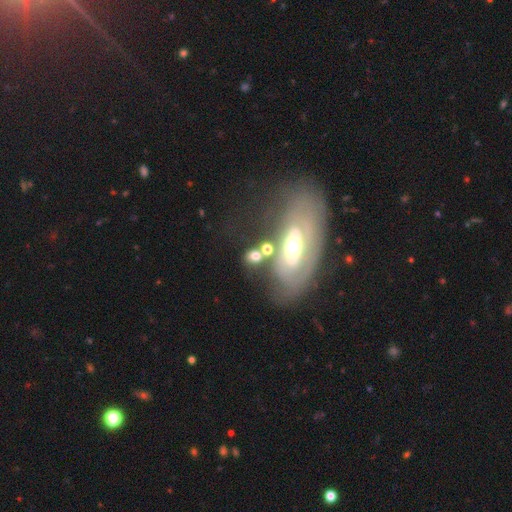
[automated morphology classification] Smooth or featured: smooth — 57% (featured or disk — 31%)
How rounded: in between — 58% (round — 38%)
Merging: none — 51% (merger — 23%)